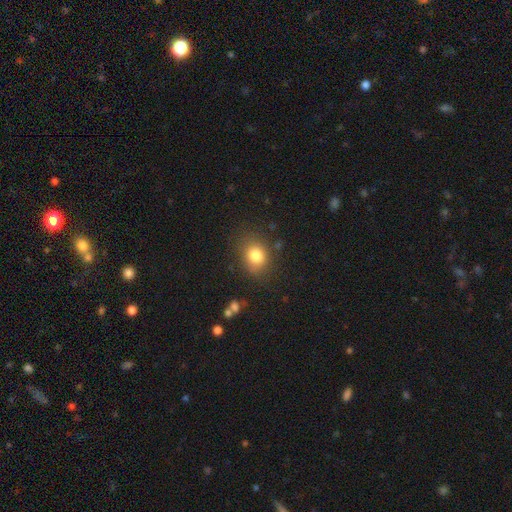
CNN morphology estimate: Smooth or featured?
  - smooth: 81% *
  - star or artifact: 11%
  - featured or disk: 8%
How rounded?
  - round: 56% *
  - in between: 43%
  - cigar-shaped: 1%
Merging?
  - none: 78% *
  - minor disturbance: 15%
  - major disturbance: 5%
  - merger: 3%